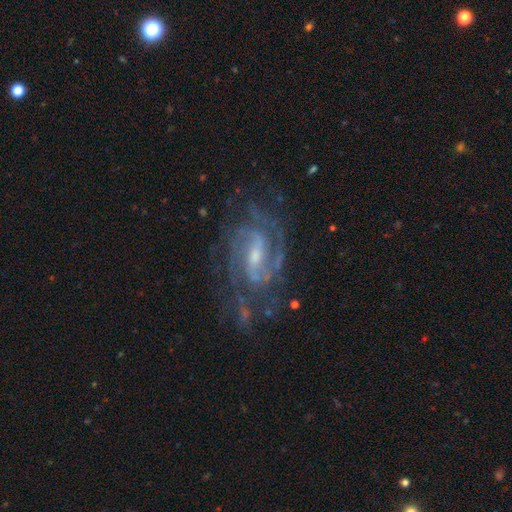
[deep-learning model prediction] Smooth or featured?
  - featured or disk: 89% *
  - star or artifact: 6%
  - smooth: 4%
Edge-on disk?
  - no: 96% *
  - yes: 4%
Bar?
  - weak: 51% *
  - strong: 30%
  - no: 19%
Spiral arms?
  - yes: 97% *
  - no: 3%
Spiral winding?
  - medium: 46% *
  - tight: 43%
  - loose: 11%
Spiral arm count?
  - 2: 54% *
  - 3: 16%
  - can't tell: 16%
  - 4: 6%
  - 1: 4%
  - more than 4: 4%
Bulge size?
  - small: 55% *
  - moderate: 37%
  - none: 5%
  - large: 2%
  - dominant: 1%
Merging?
  - none: 68% *
  - minor disturbance: 18%
  - major disturbance: 12%
  - merger: 2%